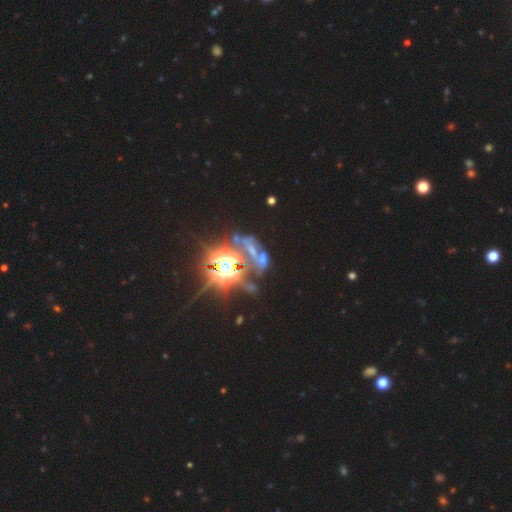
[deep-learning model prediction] Smooth or featured: star or artifact — 65% (featured or disk — 22%)